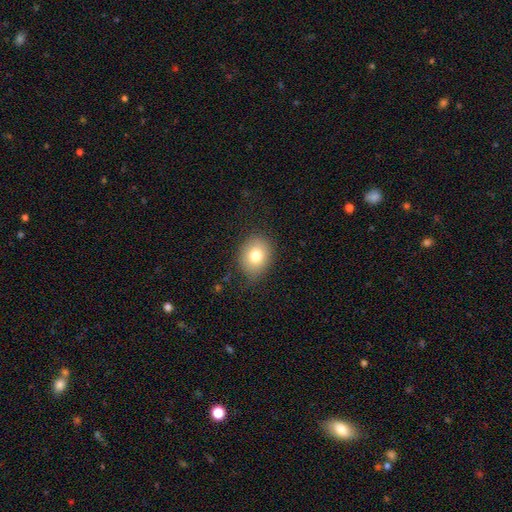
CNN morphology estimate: Smooth or featured? Predicted: smooth (p=0.78). How rounded? Predicted: round (p=0.51). Merging? Predicted: none (p=0.79).